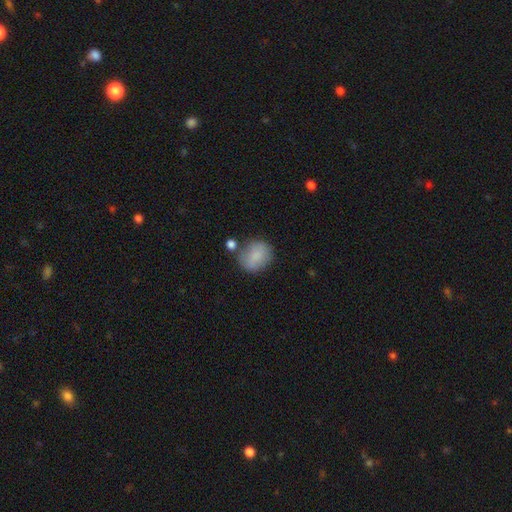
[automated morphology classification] The model was most divided on "how rounded": round: 66%, in between: 33%, cigar-shaped: 1%. More confident: smooth or featured — smooth (82%); merging — none (62%).